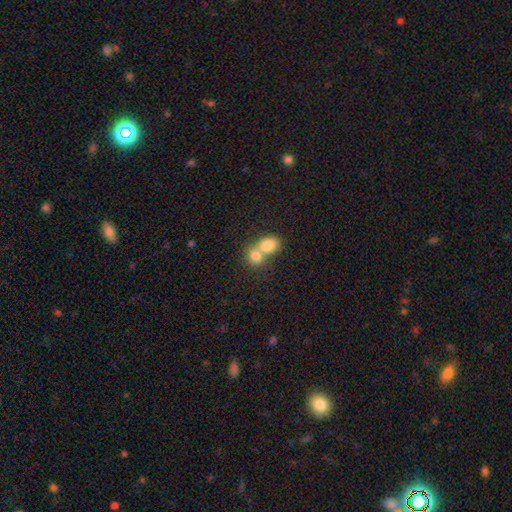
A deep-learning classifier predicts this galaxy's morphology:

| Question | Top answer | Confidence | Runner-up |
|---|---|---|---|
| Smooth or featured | smooth | 79% | featured or disk (12%) |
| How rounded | round | 59% | in between (39%) |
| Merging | merger | 69% | none (24%) |